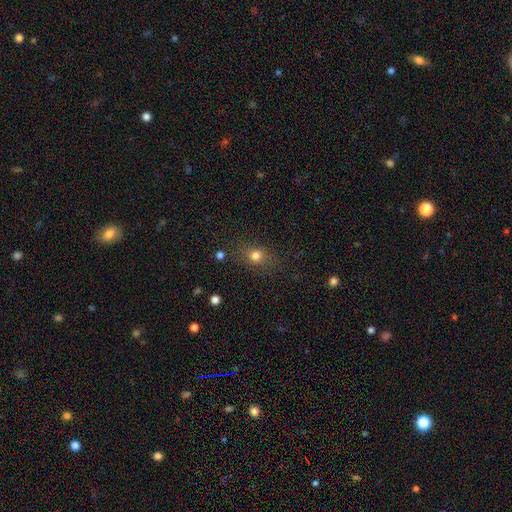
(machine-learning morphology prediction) This is likely a smooth galaxy (76%). How rounded: possibly round (55%). Merging: likely none (80%).